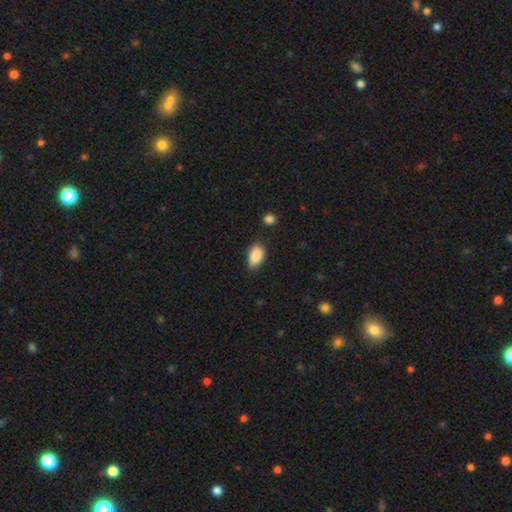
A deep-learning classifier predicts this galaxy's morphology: This appears to be a smooth galaxy with no disk features (88%) that is in between round and cigar-shaped (91%). Merging: none (68%).